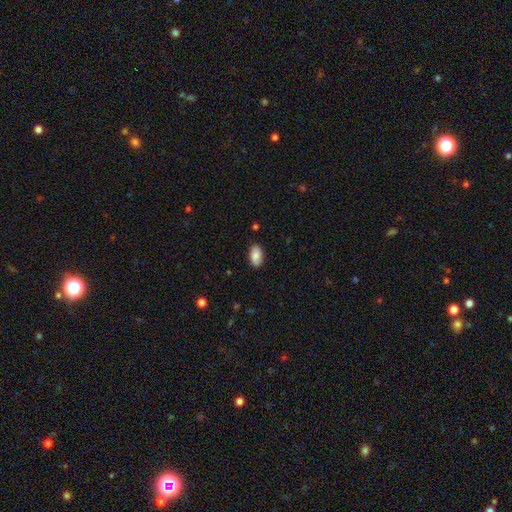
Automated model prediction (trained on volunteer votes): The model was most divided on "merging": none: 88%, minor disturbance: 9%, major disturbance: 2%, merger: 1%. More confident: how rounded — in between (95%); smooth or featured — smooth (86%).